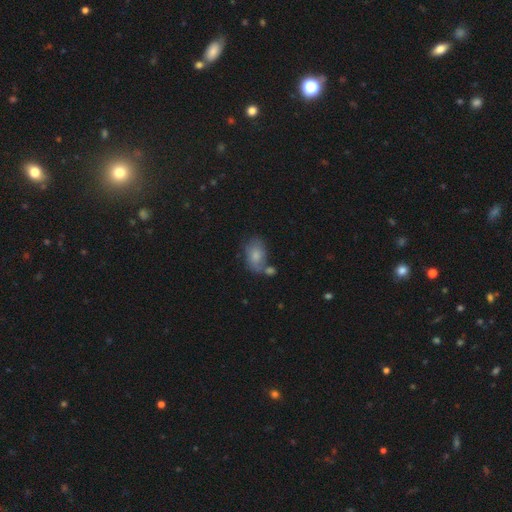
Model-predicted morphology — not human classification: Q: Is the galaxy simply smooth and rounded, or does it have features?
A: smooth — 78%.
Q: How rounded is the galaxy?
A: in between — 88%.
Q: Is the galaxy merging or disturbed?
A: none — 51%.